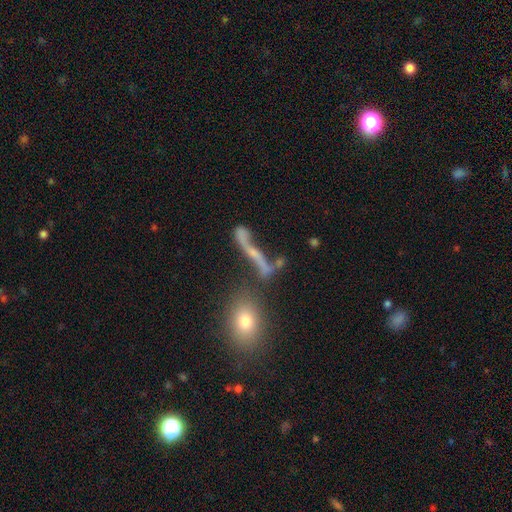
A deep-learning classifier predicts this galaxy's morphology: Q: Smooth or featured?
A: featured or disk (57%); runner-up: smooth (27%)
Q: Edge-on disk?
A: no (52%); runner-up: yes (48%)
Q: Merging?
A: none (40%); runner-up: merger (23%)